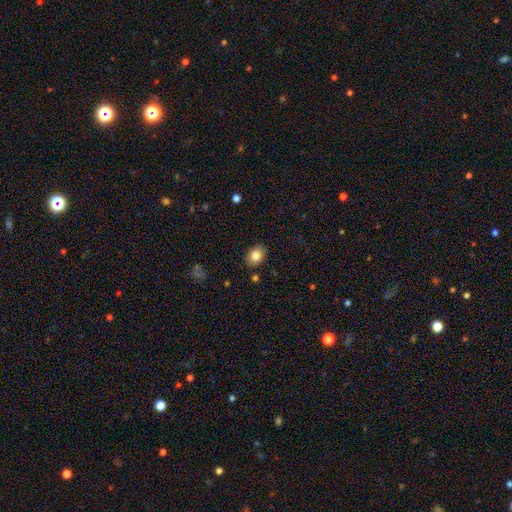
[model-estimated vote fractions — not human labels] Overall: smooth (83%). How rounded: in between (67%; round 32%). Merging: none (86%).